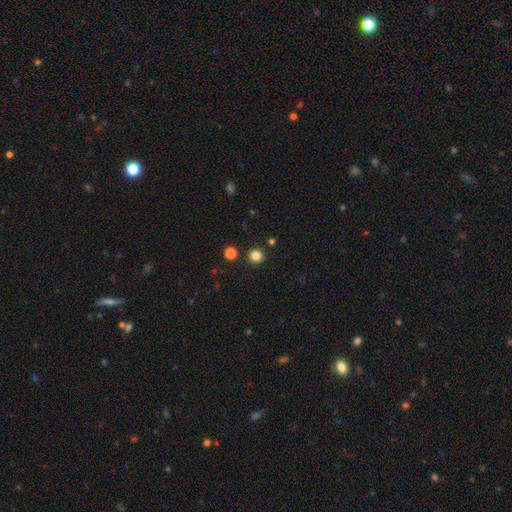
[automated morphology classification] smooth-or-featured: smooth: 83% | star or artifact: 13% | featured or disk: 4%
  how-rounded: round: 92% | in between: 7% | cigar-shaped: 1%
  merging: none: 90% | minor disturbance: 5% | merger: 3% | major disturbance: 2%